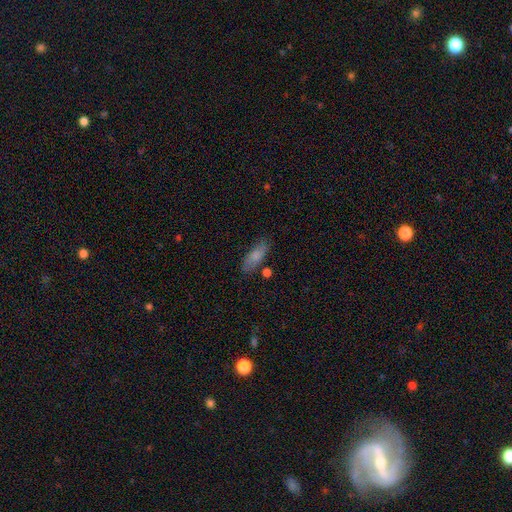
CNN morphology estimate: A smooth galaxy with no disk features (80%) that is in between round and cigar-shaped (70%). Merging: none (73%).